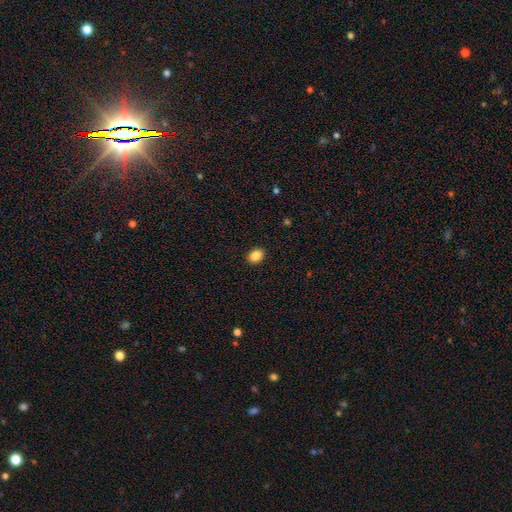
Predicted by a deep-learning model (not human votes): Smooth or featured?
  - smooth: 88% *
  - star or artifact: 9%
  - featured or disk: 3%
How rounded?
  - in between: 75% *
  - round: 24%
  - cigar-shaped: 1%
Merging?
  - none: 90% *
  - minor disturbance: 7%
  - major disturbance: 2%
  - merger: 1%